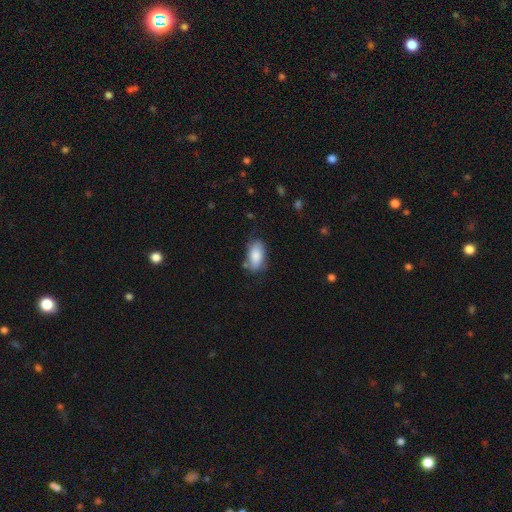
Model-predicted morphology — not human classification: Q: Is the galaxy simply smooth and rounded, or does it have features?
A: smooth — 82%.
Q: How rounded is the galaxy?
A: in between — 92%.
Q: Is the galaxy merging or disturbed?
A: none — 67%.